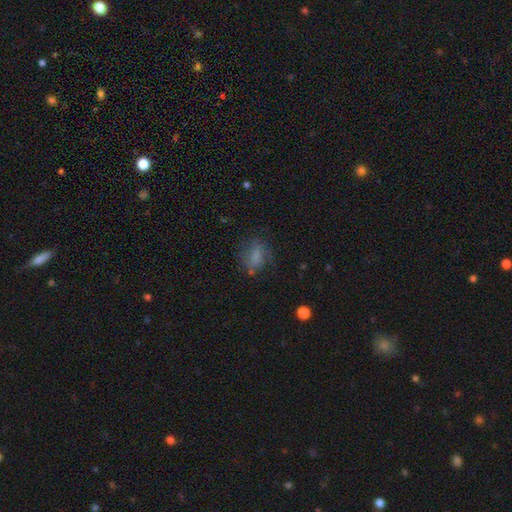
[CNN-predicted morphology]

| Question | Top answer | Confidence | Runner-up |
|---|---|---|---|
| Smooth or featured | smooth | 72% | featured or disk (16%) |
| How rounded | in between | 66% | round (31%) |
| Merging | none | 60% | minor disturbance (23%) |